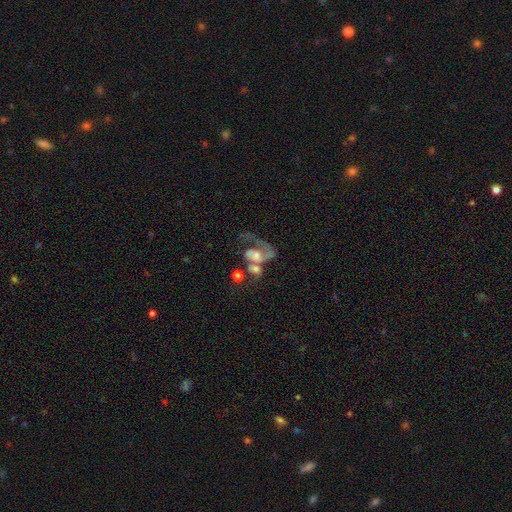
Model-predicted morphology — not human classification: A featured or disk galaxy (68%) with no bar (68%), spiral arms (75%) and a moderate central bulge (42%).

Vote fractions:
- Smooth or featured? featured or disk: 68% / smooth: 23% / star or artifact: 9%
- Edge-on disk? no: 97% / yes: 3%
- Bar? no: 68% / weak: 24% / strong: 7%
- Spiral arms? yes: 75% / no: 25%
- Bulge size? moderate: 42% / small: 24% / large: 16% / none: 15% / dominant: 3%
- Merging? merger: 42% / major disturbance: 31% / none: 18% / minor disturbance: 9%